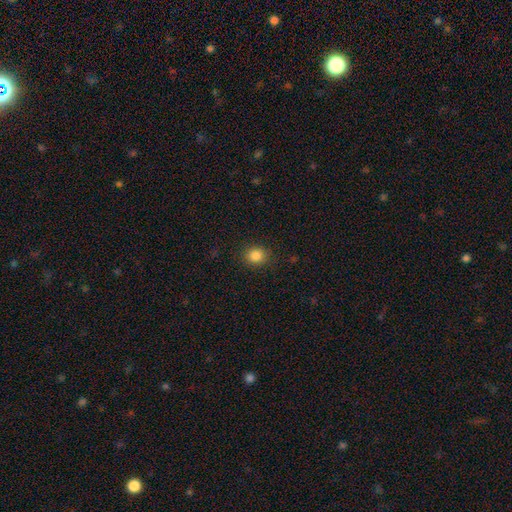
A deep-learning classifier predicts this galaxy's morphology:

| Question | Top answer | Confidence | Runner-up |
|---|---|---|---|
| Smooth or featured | smooth | 85% | star or artifact (11%) |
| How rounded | round | 73% | in between (26%) |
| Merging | none | 88% | minor disturbance (8%) |